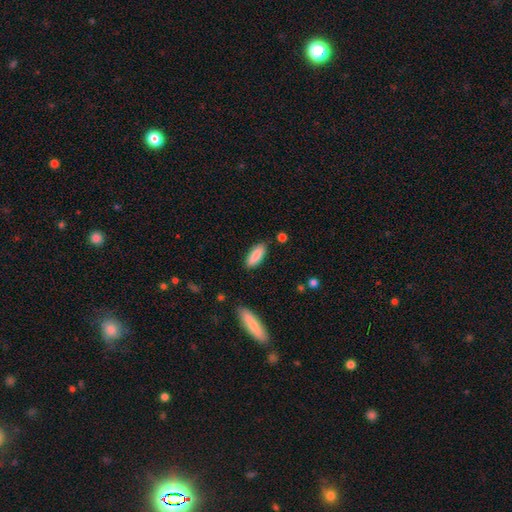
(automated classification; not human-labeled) Morphology: type=smooth (88%); roundness=in between (69%); merging=none (85%).